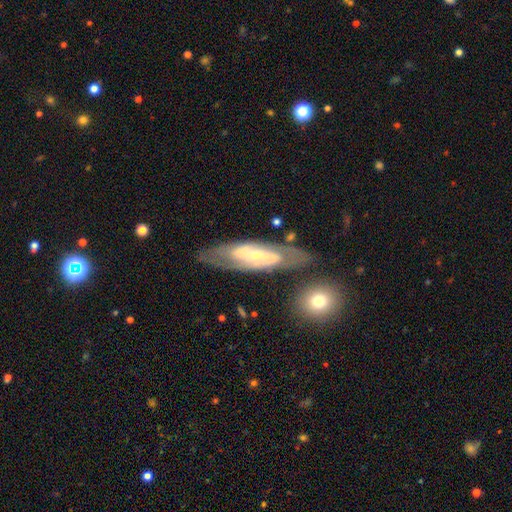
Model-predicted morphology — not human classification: type=featured or disk (73%); edge-on=no (80%); bar=strong (43%); spiral arms=yes (76%); bulge=small (64%); merging=none (71%).